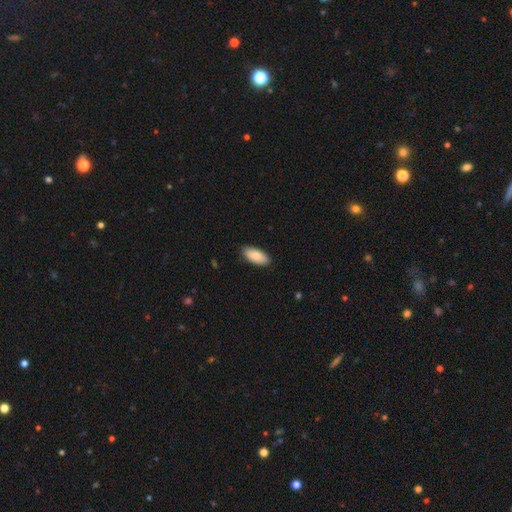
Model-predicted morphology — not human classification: A smooth galaxy with no disk features (88%) that is in between round and cigar-shaped (91%).

Vote fractions:
- Smooth or featured? smooth: 88% / featured or disk: 6% / star or artifact: 6%
- How rounded? in between: 91% / cigar-shaped: 8% / round: 2%
- Merging? none: 88% / minor disturbance: 9% / major disturbance: 2% / merger: 1%